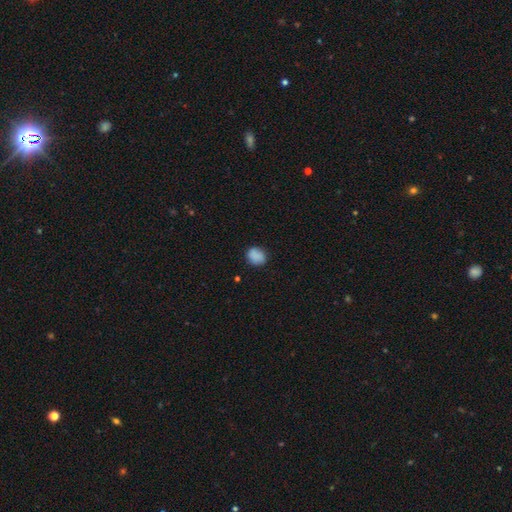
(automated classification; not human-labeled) smooth-or-featured: smooth: 88% | star or artifact: 8% | featured or disk: 4%
  how-rounded: round: 62% | in between: 37% | cigar-shaped: 1%
  merging: none: 84% | minor disturbance: 12% | major disturbance: 3% | merger: 1%